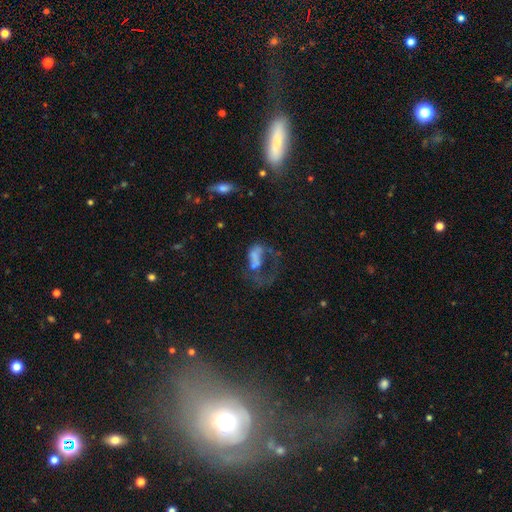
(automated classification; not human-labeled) Overall: featured or disk (44%; smooth 39%). Merging: major disturbance (58%).